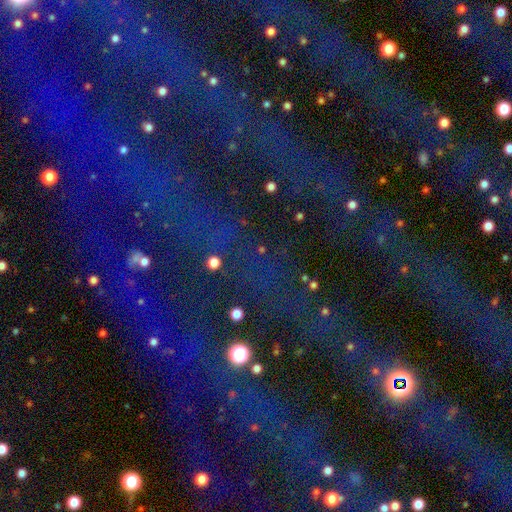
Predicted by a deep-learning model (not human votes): Smooth or featured? star or artifact (79%)